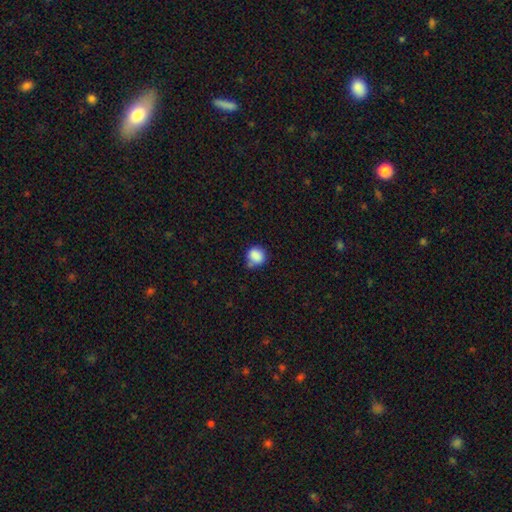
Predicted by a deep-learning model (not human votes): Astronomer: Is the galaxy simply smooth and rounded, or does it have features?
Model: smooth — 86%.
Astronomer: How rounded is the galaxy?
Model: round — 81%.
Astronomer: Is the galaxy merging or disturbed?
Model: none — 59%.